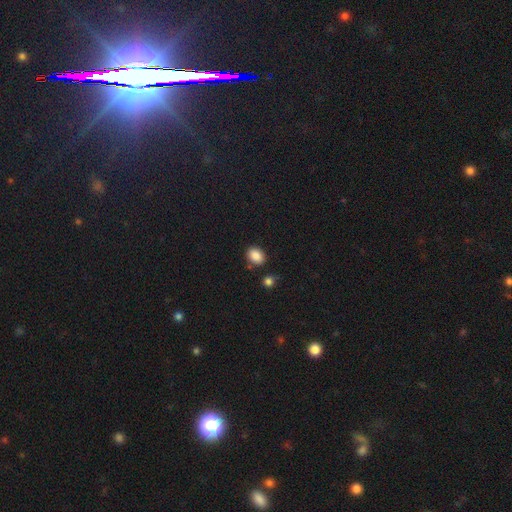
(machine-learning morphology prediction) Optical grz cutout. It shows a smooth galaxy with no disk features (87%) that is in between round and cigar-shaped (65%). Merging: none (80%).